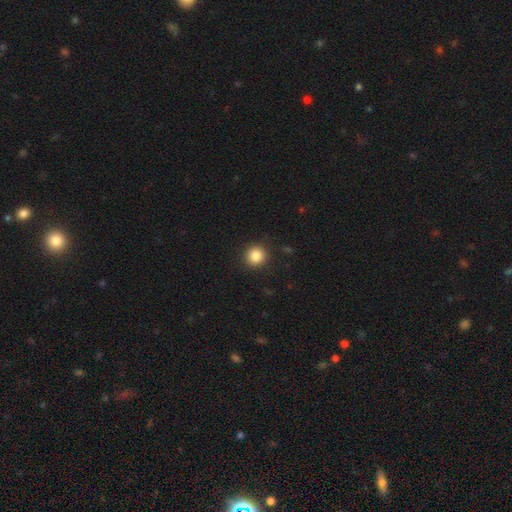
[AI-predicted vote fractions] smooth 86%, star or artifact 10%, featured or disk 4%. Down the decision tree: how rounded — round (93%); merging — none (90%).